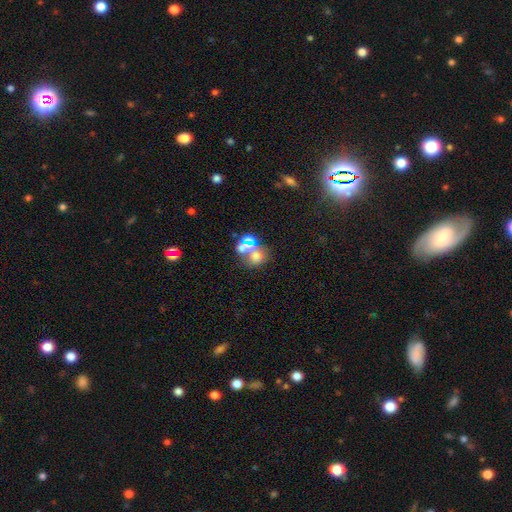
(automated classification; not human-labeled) A smooth galaxy with no disk features (56%) that is round (63%). Merging: merger (46%).